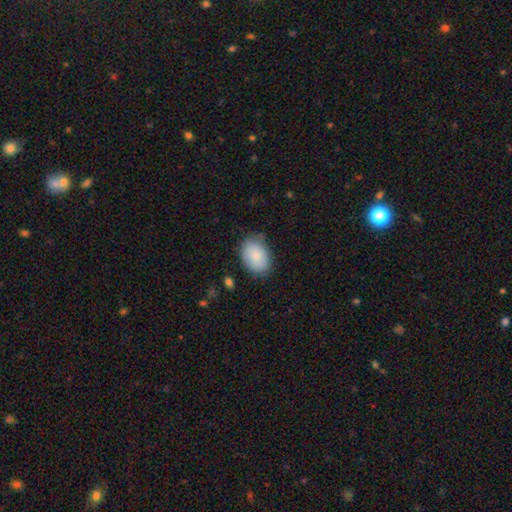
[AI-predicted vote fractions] smooth-or-featured: smooth: 86% | featured or disk: 8% | star or artifact: 6%
  how-rounded: in between: 82% | round: 17% | cigar-shaped: 1%
  merging: none: 72% | minor disturbance: 21% | major disturbance: 5% | merger: 2%